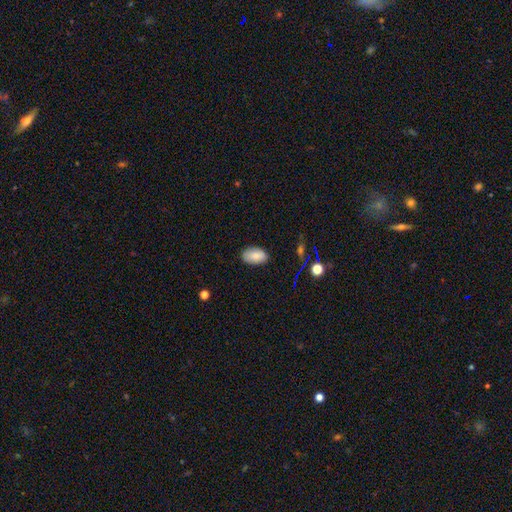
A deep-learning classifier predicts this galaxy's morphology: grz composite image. It shows a smooth galaxy with no disk features (84%) that is in between round and cigar-shaped (94%). Merging: none (84%).